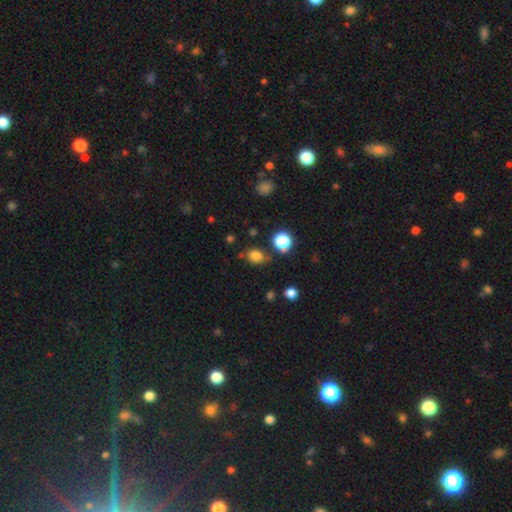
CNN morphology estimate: Smooth or featured?
  - smooth: 78% *
  - star or artifact: 16%
  - featured or disk: 6%
How rounded?
  - in between: 54% *
  - round: 44%
  - cigar-shaped: 1%
Merging?
  - none: 71% *
  - minor disturbance: 17%
  - merger: 6%
  - major disturbance: 5%